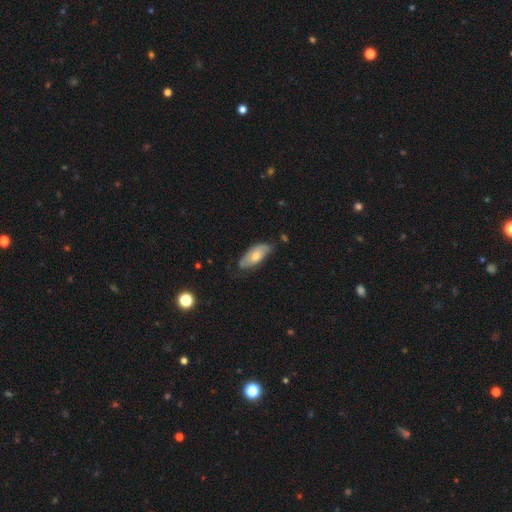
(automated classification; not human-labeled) smooth-or-featured: smooth: 56% | featured or disk: 37% | star or artifact: 7%
  how-rounded: in between: 85% | cigar-shaped: 13% | round: 3%
  merging: none: 65% | minor disturbance: 28% | major disturbance: 5% | merger: 2%